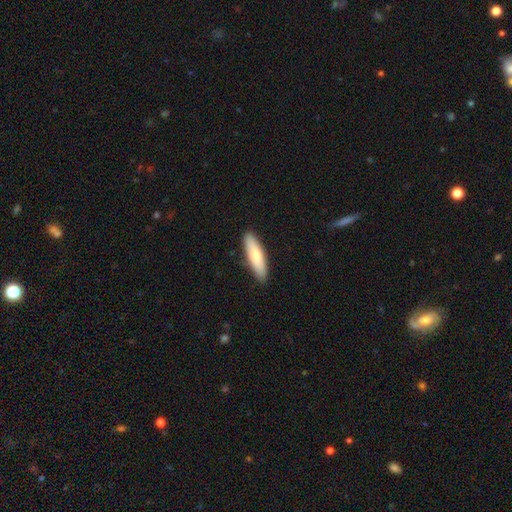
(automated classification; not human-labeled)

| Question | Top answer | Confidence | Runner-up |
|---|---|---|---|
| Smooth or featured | smooth | 76% | featured or disk (19%) |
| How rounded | cigar-shaped | 63% | in between (35%) |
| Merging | none | 88% | minor disturbance (9%) |